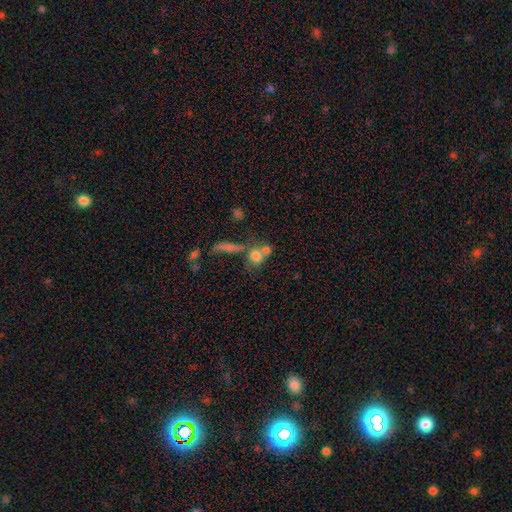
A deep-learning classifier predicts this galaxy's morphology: Overall: smooth (71%). How rounded: round (59%; in between 33%). Merging: merger (46%; none 35%).